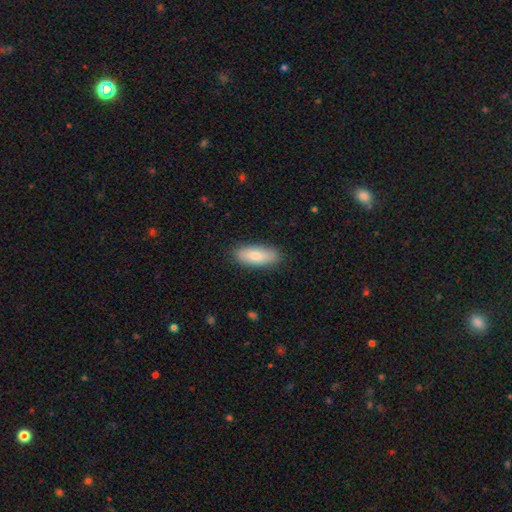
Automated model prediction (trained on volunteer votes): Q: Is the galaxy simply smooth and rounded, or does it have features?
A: smooth — 83%.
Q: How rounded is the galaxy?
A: in between — 80%.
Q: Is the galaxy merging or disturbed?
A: none — 85%.